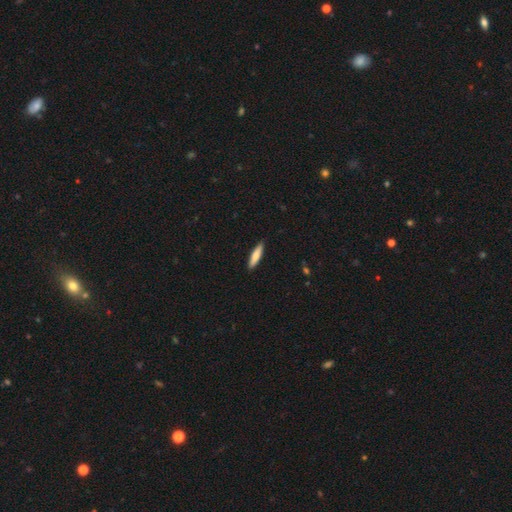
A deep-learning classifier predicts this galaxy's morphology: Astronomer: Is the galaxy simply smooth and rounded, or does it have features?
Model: smooth — 75%.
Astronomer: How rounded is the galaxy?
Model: cigar-shaped — 81%.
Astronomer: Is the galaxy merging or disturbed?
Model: none — 91%.